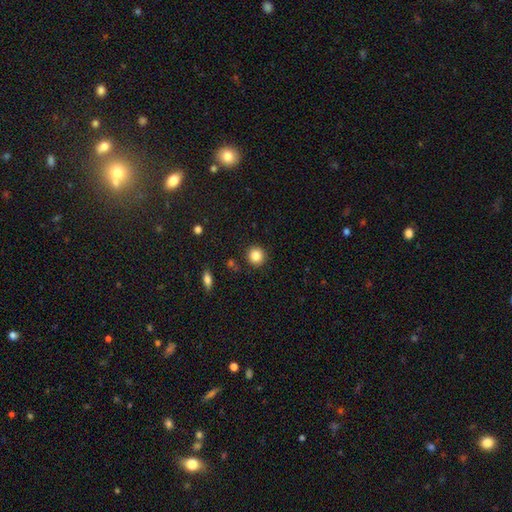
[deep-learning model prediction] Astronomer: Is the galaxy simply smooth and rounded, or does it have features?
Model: smooth — 84%.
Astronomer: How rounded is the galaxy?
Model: round — 92%.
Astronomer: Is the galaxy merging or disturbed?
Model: none — 90%.